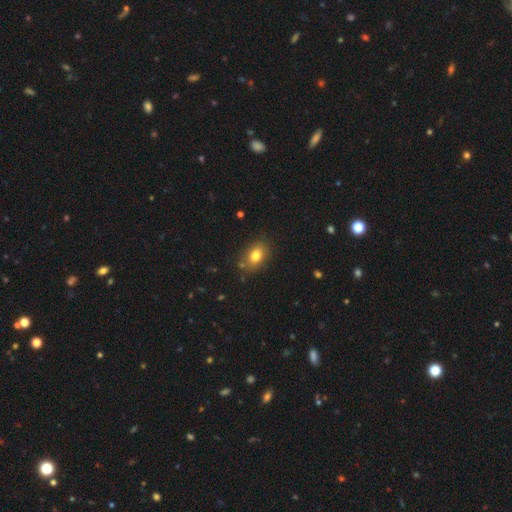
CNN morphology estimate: Smooth or featured?
  - smooth: 80% *
  - star or artifact: 10%
  - featured or disk: 10%
How rounded?
  - in between: 76% *
  - round: 23%
  - cigar-shaped: 1%
Merging?
  - none: 82% *
  - minor disturbance: 12%
  - merger: 3%
  - major disturbance: 3%